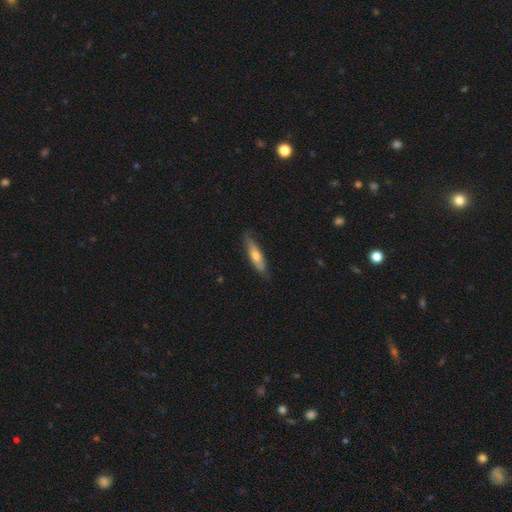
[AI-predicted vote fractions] The model was most divided on "smooth or featured": smooth: 55%, featured or disk: 39%, star or artifact: 6%. More confident: merging — none (80%); how rounded — cigar-shaped (74%).